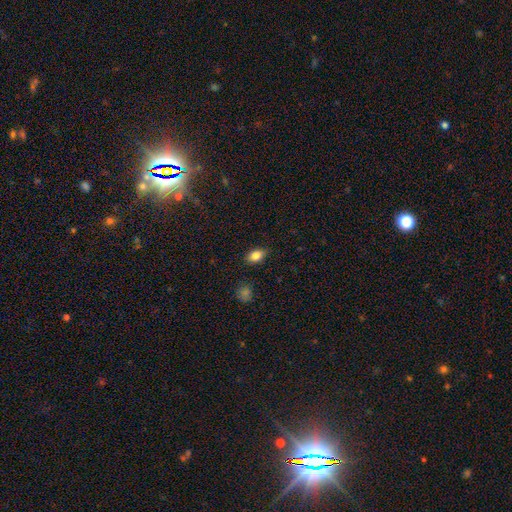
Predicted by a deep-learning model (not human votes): Smooth or featured? Predicted: smooth (p=0.84). How rounded? Predicted: in between (p=0.80). Merging? Predicted: none (p=0.86).